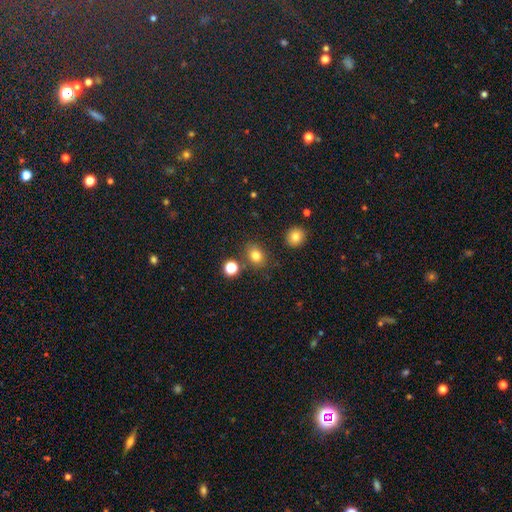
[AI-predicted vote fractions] smooth 79%, star or artifact 14%, featured or disk 7%. Down the decision tree: how rounded — round (59%); merging — none (79%).